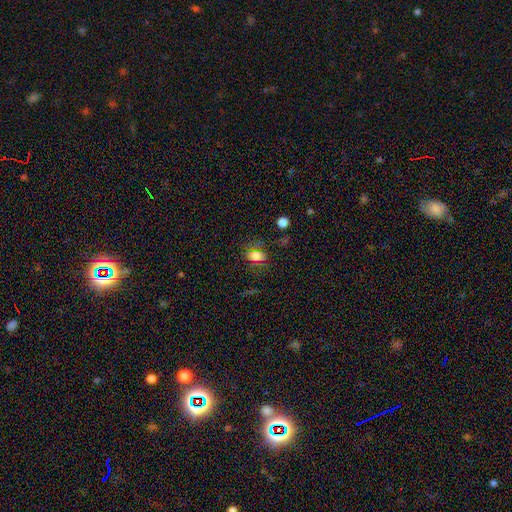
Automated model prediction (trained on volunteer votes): This is likely a smooth galaxy (66%). How rounded: possibly round (49%). Merging: likely none (72%).